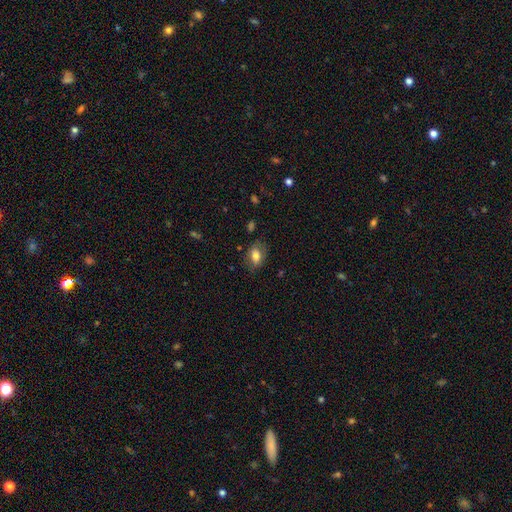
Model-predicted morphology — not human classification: Smooth or featured? smooth (71%)
How rounded? in between (85%)
Merging? none (72%)